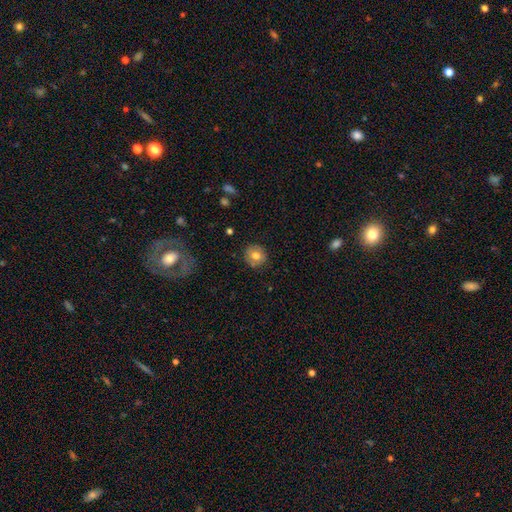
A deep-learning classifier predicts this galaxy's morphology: The model was most divided on "smooth or featured": smooth: 74%, featured or disk: 17%, star or artifact: 9%. More confident: how rounded — round (86%); merging — none (85%).